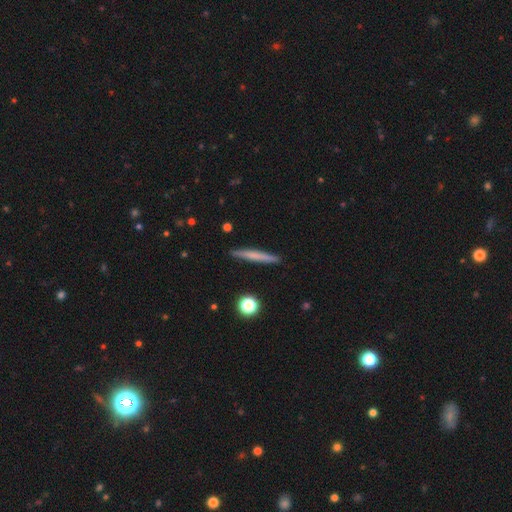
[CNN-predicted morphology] Smooth or featured? smooth (61%)
How rounded? cigar-shaped (96%)
Merging? none (91%)